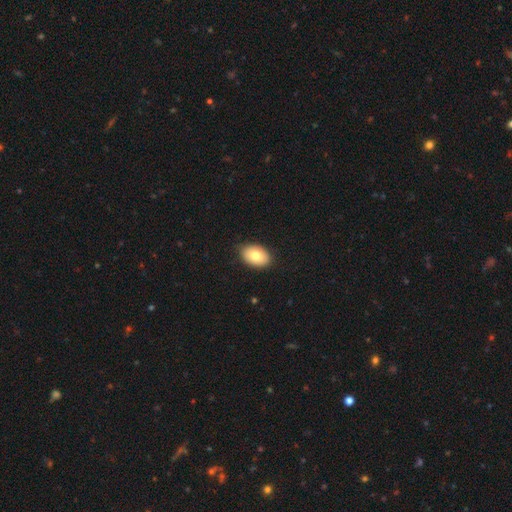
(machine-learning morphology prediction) The model was most divided on "smooth or featured": smooth: 79%, featured or disk: 14%, star or artifact: 7%. More confident: how rounded — in between (88%); merging — none (86%).